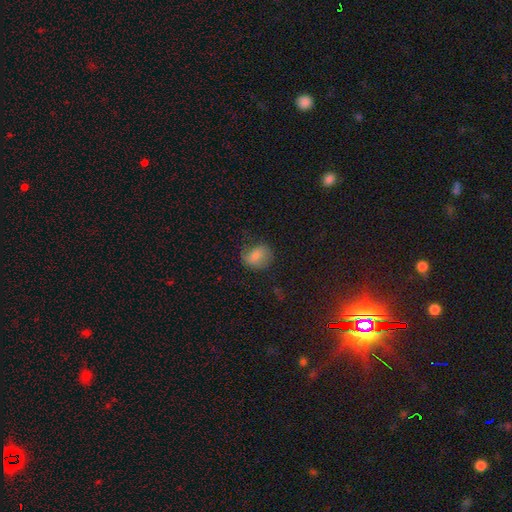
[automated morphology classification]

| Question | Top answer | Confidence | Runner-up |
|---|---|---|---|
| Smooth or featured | smooth | 70% | featured or disk (16%) |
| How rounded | in between | 55% | round (43%) |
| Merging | none | 61% | minor disturbance (25%) |